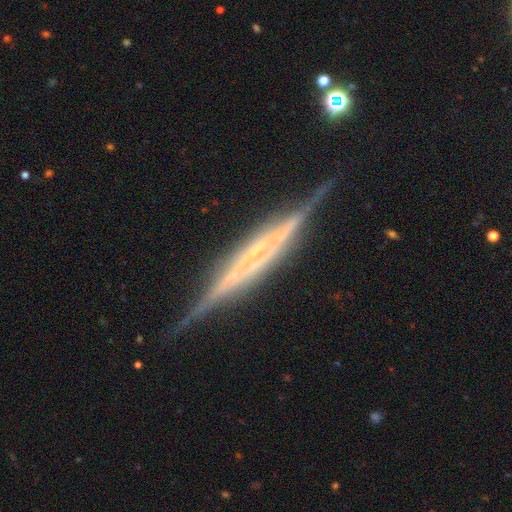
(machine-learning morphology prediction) This is clearly a featured or disk galaxy (84%). It is clearly viewed edge-on (97%). Edge-on bulge: marginally none (39%). Merging: clearly none (85%).